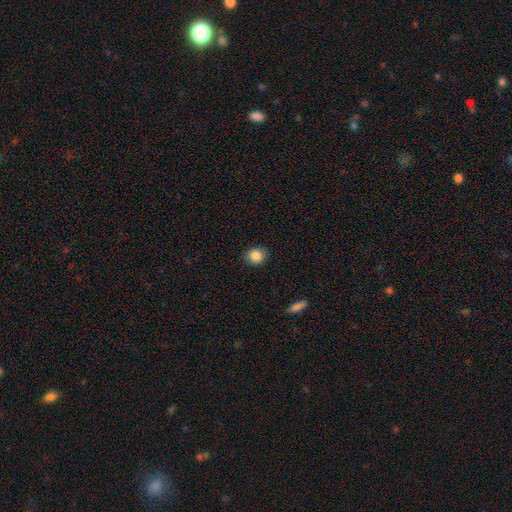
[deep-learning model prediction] Smooth or featured? Predicted: smooth (p=0.86). How rounded? Predicted: round (p=0.71). Merging? Predicted: none (p=0.88).